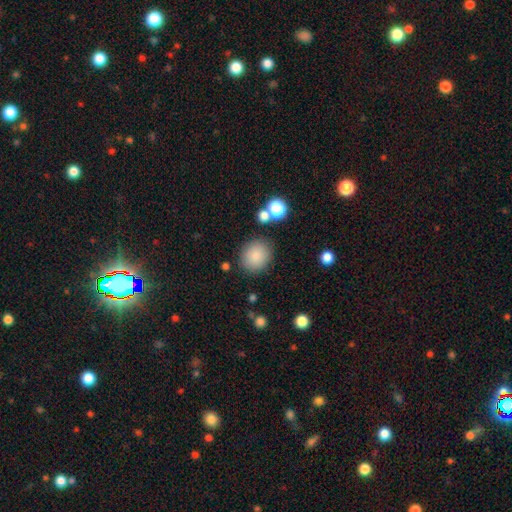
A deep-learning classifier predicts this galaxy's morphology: smooth_or_featured: smooth (p=0.85) [alt: star or artifact p=0.09]
how_rounded: round (p=0.78) [alt: in between p=0.21]
merging: none (p=0.83) [alt: minor disturbance p=0.09]